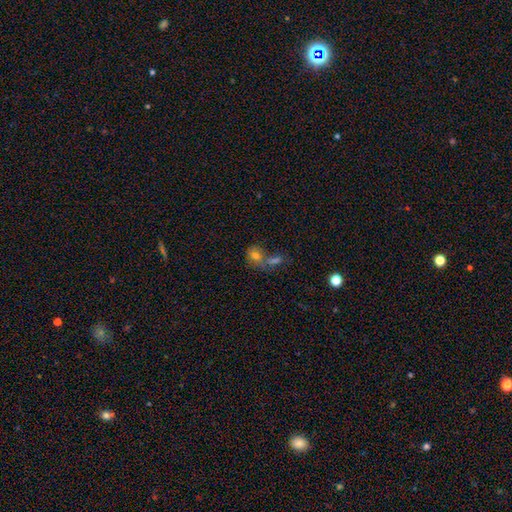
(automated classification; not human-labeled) This appears to be a smooth galaxy with no disk features (68%) that is round (55%). Merging: merger (49%).